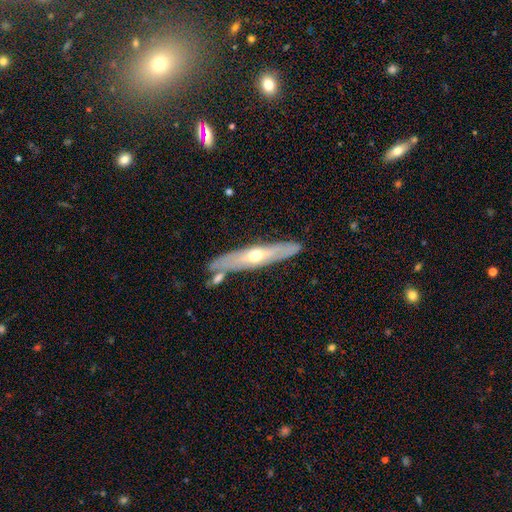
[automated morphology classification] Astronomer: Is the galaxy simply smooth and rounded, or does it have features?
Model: featured or disk — 63%.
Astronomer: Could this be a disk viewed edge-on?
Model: yes — 74%.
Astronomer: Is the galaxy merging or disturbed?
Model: none — 78%.